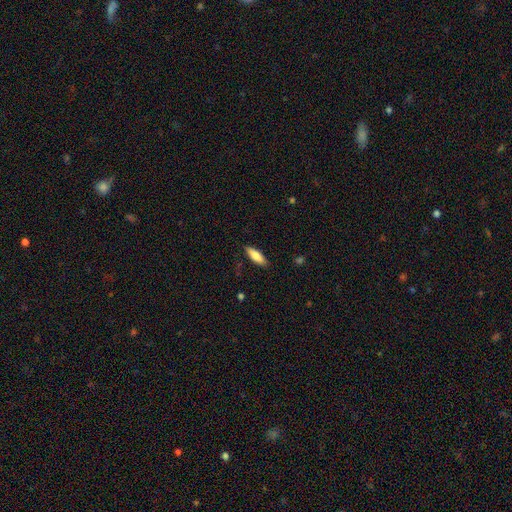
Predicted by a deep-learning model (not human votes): Morphology: type=smooth (81%); roundness=in between (59%); merging=none (85%).